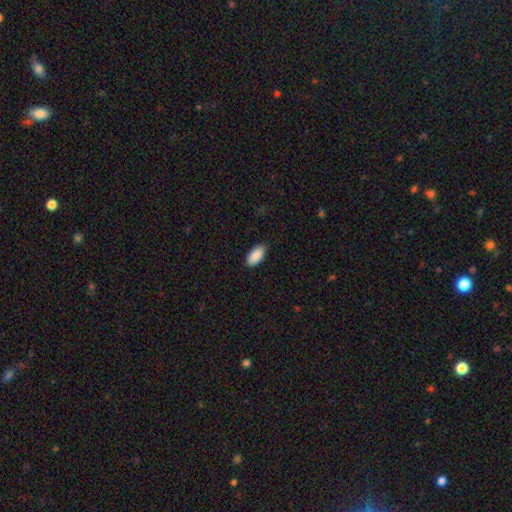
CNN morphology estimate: smooth_or_featured: smooth (p=0.91) [alt: star or artifact p=0.06]
how_rounded: in between (p=0.93) [alt: cigar-shaped p=0.05]
merging: none (p=0.86) [alt: minor disturbance p=0.11]